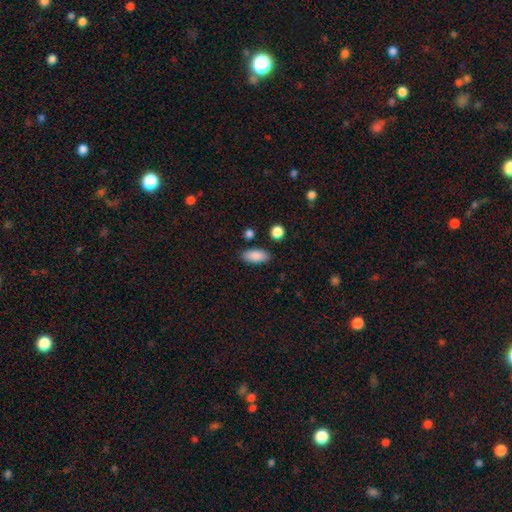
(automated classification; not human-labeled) Morphology: type=smooth (87%); roundness=in between (88%); merging=none (84%).